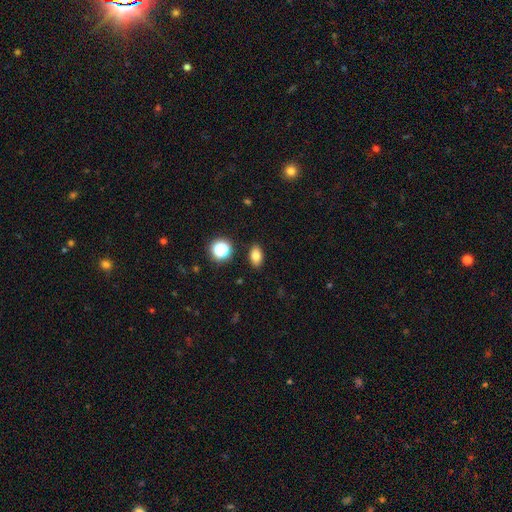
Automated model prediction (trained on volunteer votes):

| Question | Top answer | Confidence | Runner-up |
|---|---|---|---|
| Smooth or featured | smooth | 78% | star or artifact (13%) |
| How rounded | in between | 84% | round (14%) |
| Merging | none | 88% | minor disturbance (8%) |